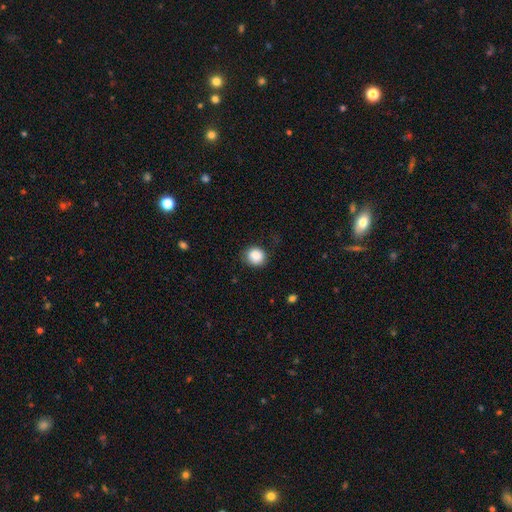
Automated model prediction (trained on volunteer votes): Smooth or featured?
  - smooth: 88% *
  - star or artifact: 9%
  - featured or disk: 4%
How rounded?
  - round: 84% *
  - in between: 15%
  - cigar-shaped: 1%
Merging?
  - none: 80% *
  - minor disturbance: 14%
  - major disturbance: 4%
  - merger: 1%